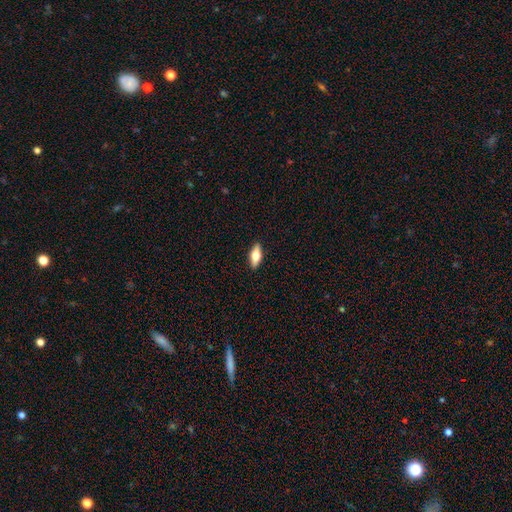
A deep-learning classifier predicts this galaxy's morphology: Overall: smooth (56%; featured or disk 37%). How rounded: in between (71%). Merging: none (90%).